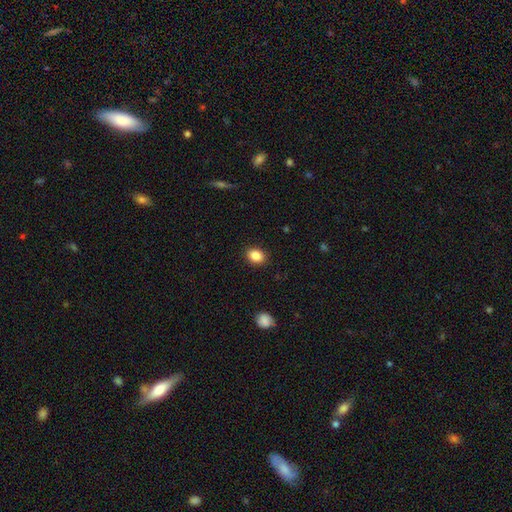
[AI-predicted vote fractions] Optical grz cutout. It shows a smooth galaxy with no disk features (86%) that is in between round and cigar-shaped (57%). Merging: none (90%).